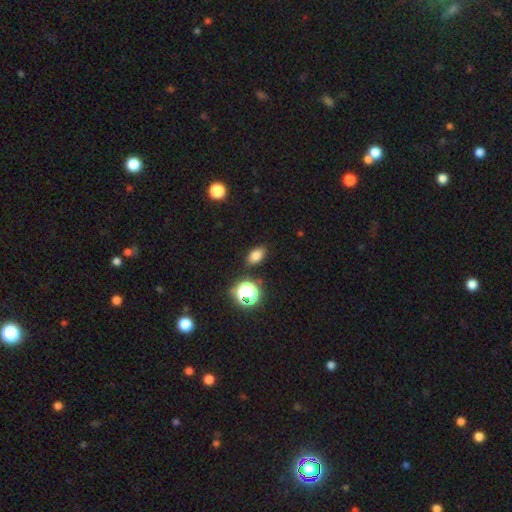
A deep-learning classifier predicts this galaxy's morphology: This appears to be a smooth galaxy with no disk features (77%) that is in between round and cigar-shaped (83%). Merging: none (85%).